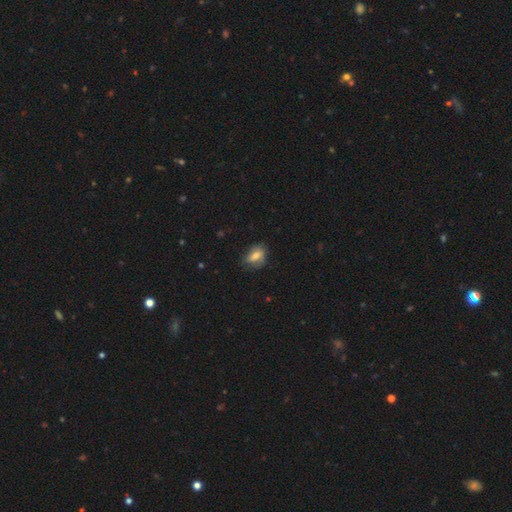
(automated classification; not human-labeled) Overall: smooth (62%; featured or disk 29%). How rounded: in between (77%). Merging: none (61%; minor disturbance 29%).